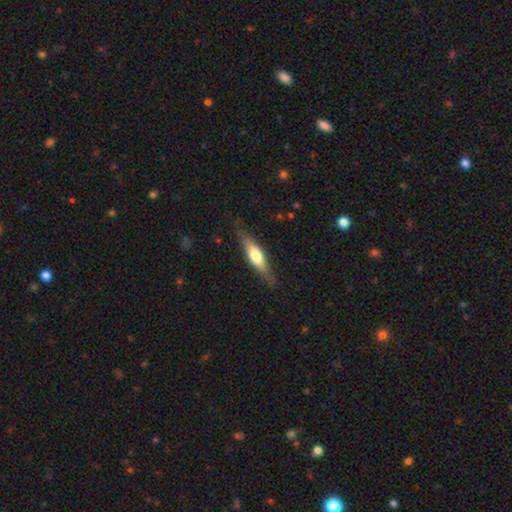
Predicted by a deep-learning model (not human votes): Smooth or featured: featured or disk — 49% (smooth — 45%)
Merging: none — 79% (minor disturbance — 16%)